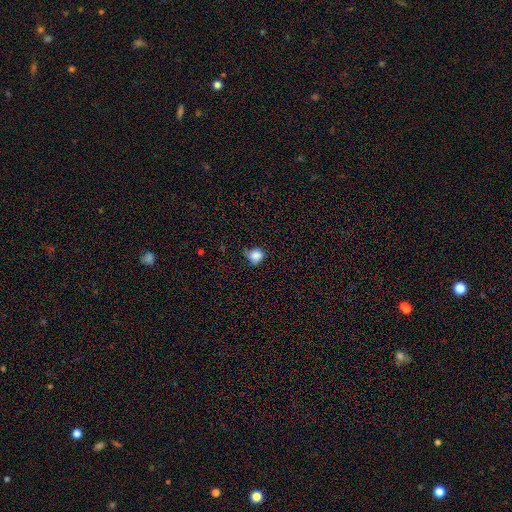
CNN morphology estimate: Overall: smooth (85%). How rounded: round (80%). Merging: none (54%; minor disturbance 34%).